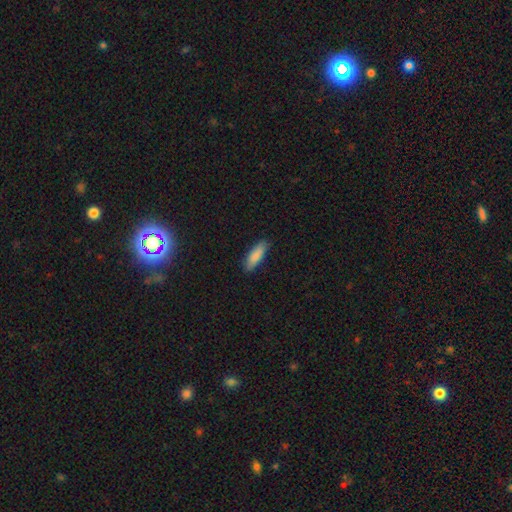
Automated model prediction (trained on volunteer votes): Smooth or featured? smooth (87%)
How rounded? cigar-shaped (50%)
Merging? none (86%)